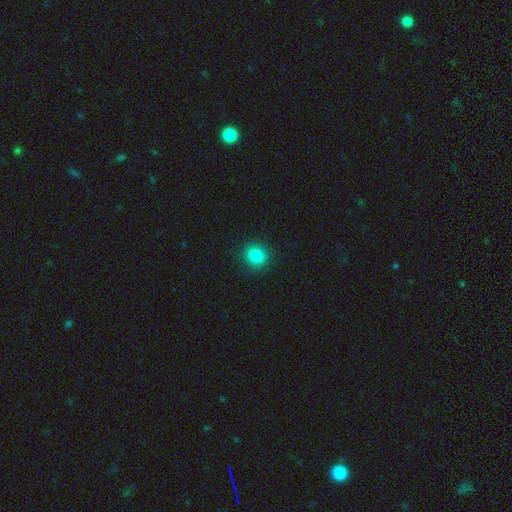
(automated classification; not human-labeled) Q: Smooth or featured?
A: smooth (83%); runner-up: star or artifact (12%)
Q: How rounded?
A: round (85%); runner-up: in between (14%)
Q: Merging?
A: none (91%); runner-up: minor disturbance (6%)